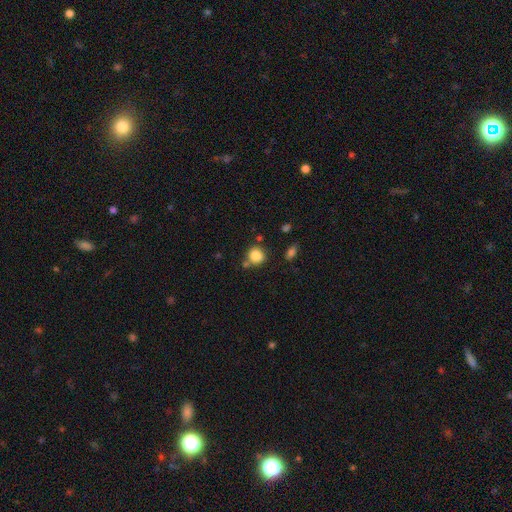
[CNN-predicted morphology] smooth 85%, star or artifact 10%, featured or disk 5%. Down the decision tree: how rounded — round (82%); merging — none (67%).